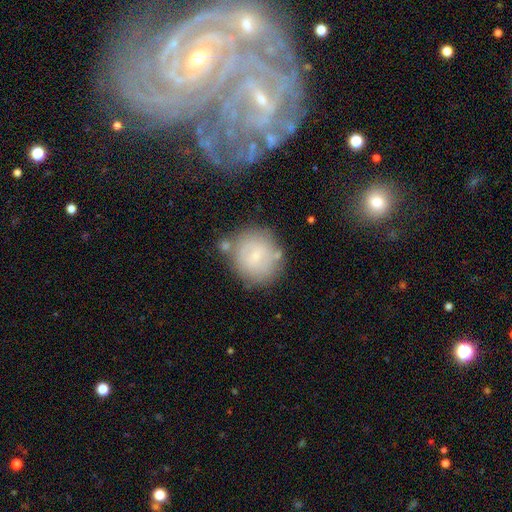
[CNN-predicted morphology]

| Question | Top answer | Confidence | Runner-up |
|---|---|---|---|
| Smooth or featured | smooth | 64% | featured or disk (28%) |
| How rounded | round | 85% | in between (14%) |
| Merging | none | 66% | minor disturbance (18%) |